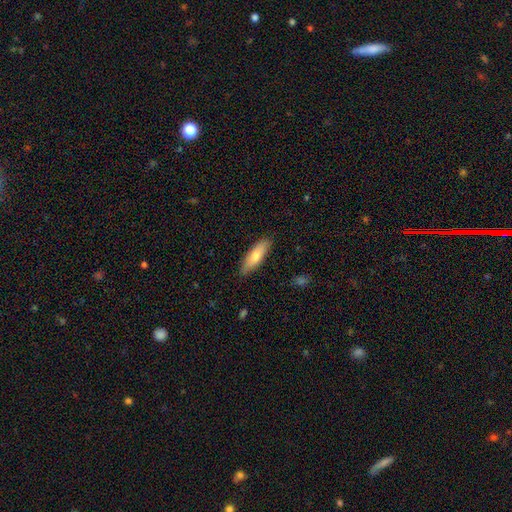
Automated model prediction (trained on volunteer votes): Smooth or featured: smooth — 73% (featured or disk — 21%)
How rounded: cigar-shaped — 51% (in between — 48%)
Merging: none — 85% (minor disturbance — 12%)